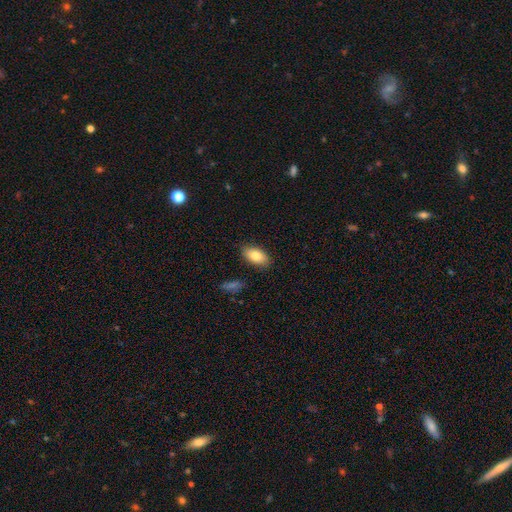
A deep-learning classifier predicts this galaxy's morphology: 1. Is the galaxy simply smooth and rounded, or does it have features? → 84% smooth, 9% featured or disk, 7% star or artifact.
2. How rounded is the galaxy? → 92% in between, 4% cigar-shaped, 3% round.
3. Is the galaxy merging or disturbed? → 86% none, 10% minor disturbance, 2% major disturbance, 2% merger.